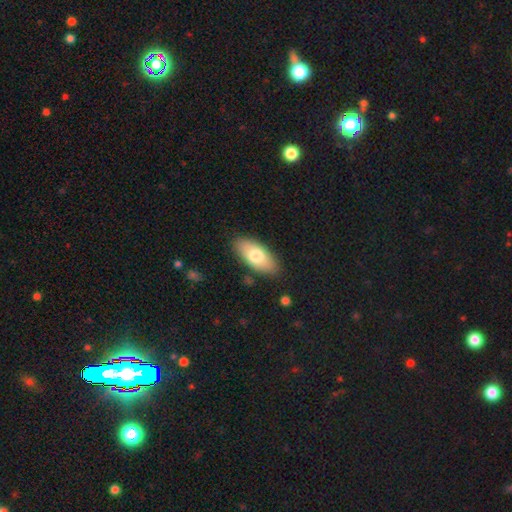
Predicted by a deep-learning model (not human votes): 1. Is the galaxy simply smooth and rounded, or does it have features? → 75% smooth, 19% featured or disk, 6% star or artifact.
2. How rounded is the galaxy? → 88% in between, 10% cigar-shaped, 2% round.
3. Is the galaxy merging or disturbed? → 85% none, 10% minor disturbance, 2% major disturbance, 2% merger.